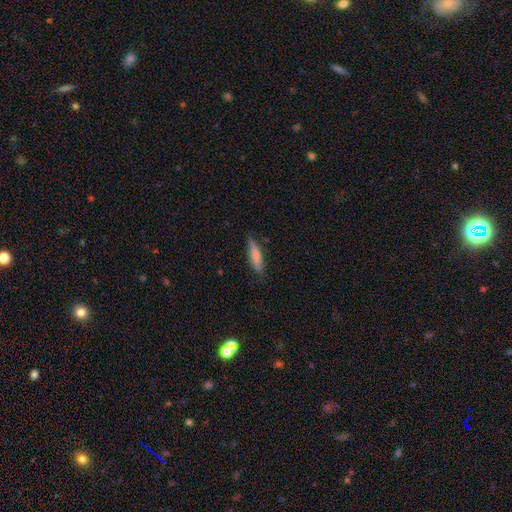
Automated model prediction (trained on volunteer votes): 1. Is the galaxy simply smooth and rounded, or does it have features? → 74% smooth, 20% featured or disk, 6% star or artifact.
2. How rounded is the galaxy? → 74% cigar-shaped, 25% in between, 2% round.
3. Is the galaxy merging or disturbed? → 81% none, 16% minor disturbance, 3% major disturbance, 1% merger.